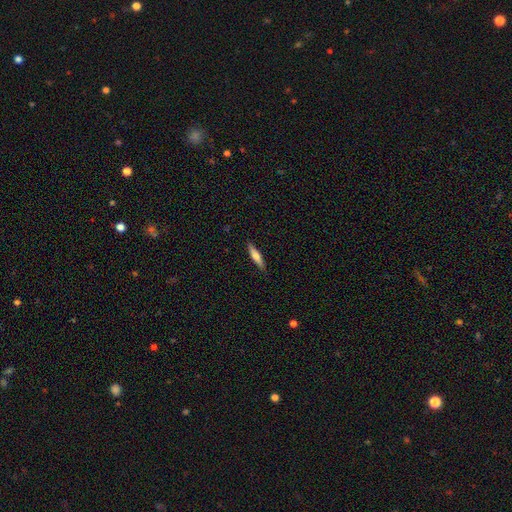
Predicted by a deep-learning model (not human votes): Smooth or featured? smooth (63%)
How rounded? cigar-shaped (82%)
Merging? none (88%)